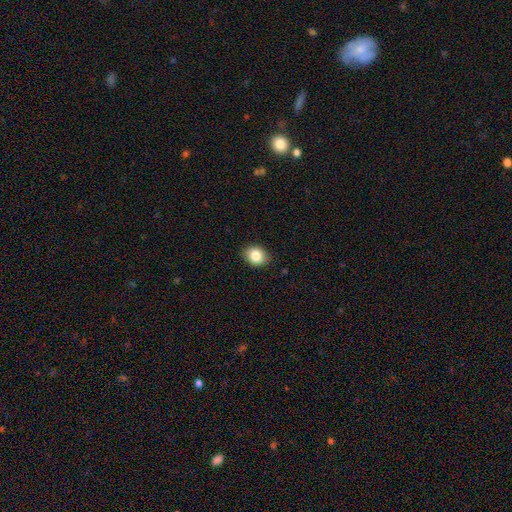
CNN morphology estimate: smooth 84%, star or artifact 9%, featured or disk 7%. Down the decision tree: how rounded — round (51%); merging — none (88%).